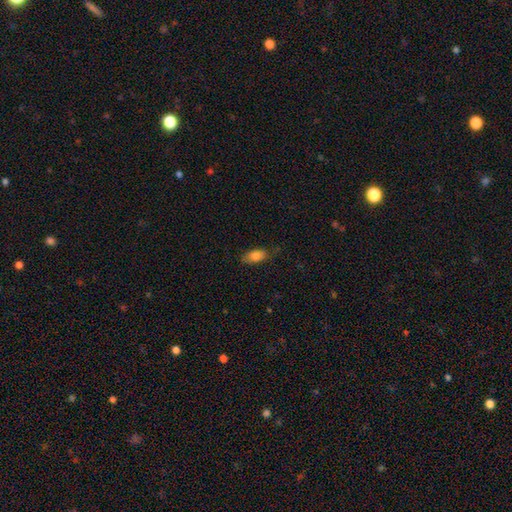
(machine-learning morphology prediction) smooth-or-featured: smooth: 81% | featured or disk: 11% | star or artifact: 8%
  how-rounded: in between: 87% | cigar-shaped: 9% | round: 4%
  merging: none: 73% | minor disturbance: 20% | major disturbance: 5% | merger: 1%